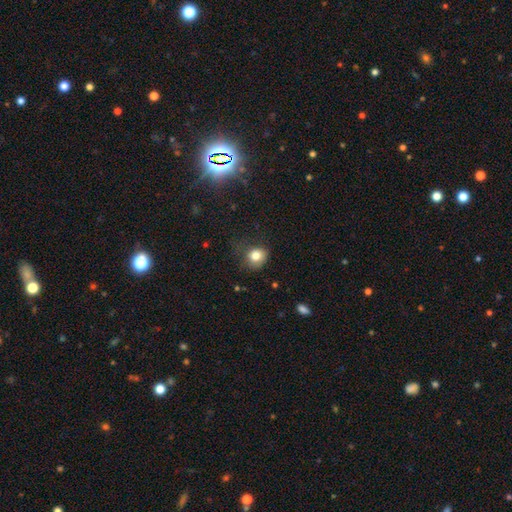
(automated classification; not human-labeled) Smooth or featured: smooth — 80% (star or artifact — 11%)
How rounded: round — 70% (in between — 29%)
Merging: none — 59% (minor disturbance — 27%)